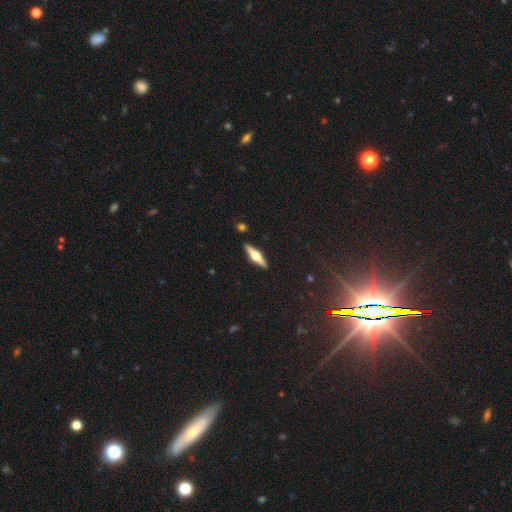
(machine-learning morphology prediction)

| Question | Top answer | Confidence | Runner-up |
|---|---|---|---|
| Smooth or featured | featured or disk | 68% | smooth (26%) |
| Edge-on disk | yes | 97% | no (3%) |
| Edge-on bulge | rounded | 94% | boxy (4%) |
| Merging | none | 91% | minor disturbance (6%) |